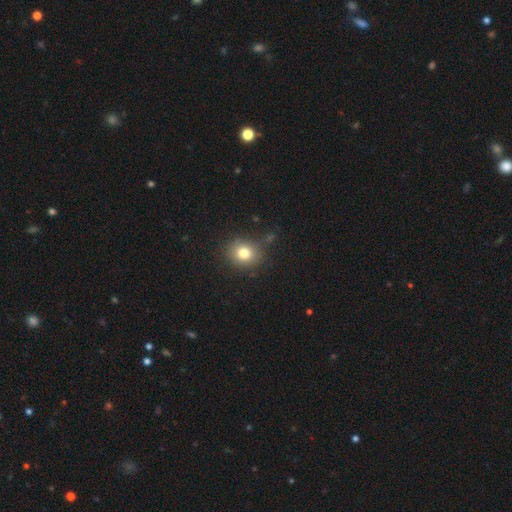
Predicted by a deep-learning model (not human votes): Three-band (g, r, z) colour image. It shows a smooth galaxy with no disk features (70%) that is round (87%). Merging: none (84%).